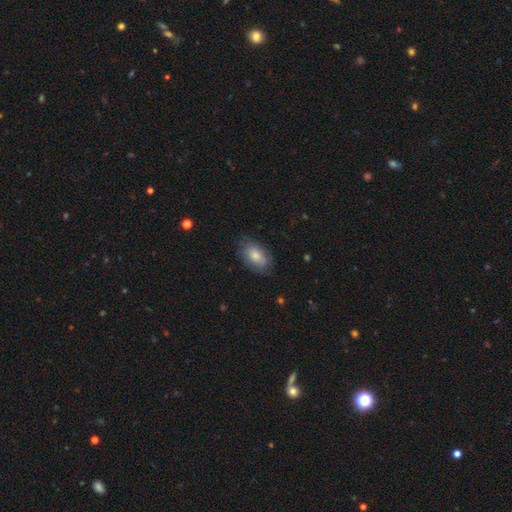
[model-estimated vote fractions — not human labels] smooth_or_featured: smooth (p=0.73) [alt: featured or disk p=0.21]
how_rounded: in between (p=0.91) [alt: round p=0.07]
merging: none (p=0.73) [alt: minor disturbance p=0.20]